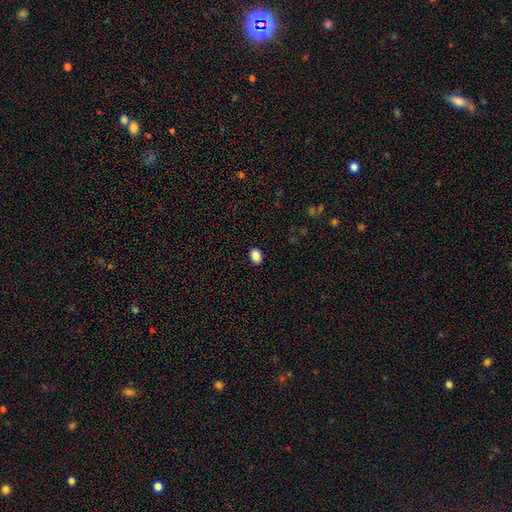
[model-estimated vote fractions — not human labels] Smooth or featured? smooth (87%)
How rounded? in between (76%)
Merging? none (89%)